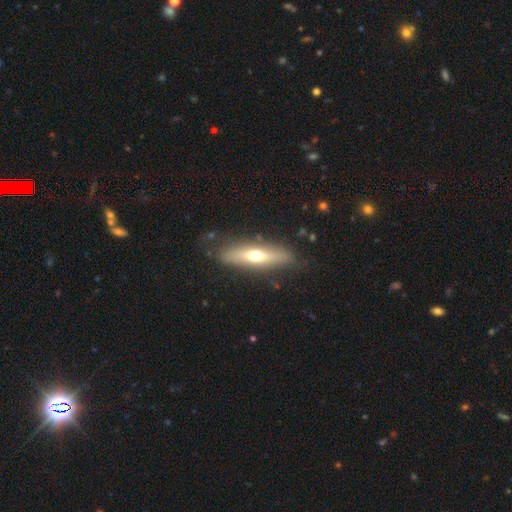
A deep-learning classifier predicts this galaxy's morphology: The model was most divided on "smooth or featured": smooth: 49%, featured or disk: 44%, star or artifact: 6%. More confident: merging — none (82%).